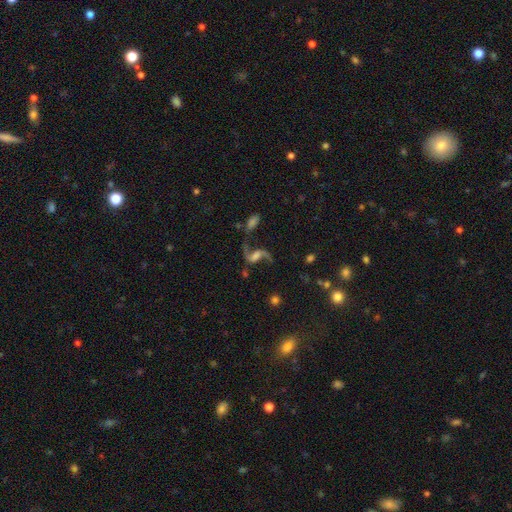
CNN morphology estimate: Q: Smooth or featured?
A: featured or disk (83%); runner-up: star or artifact (8%)
Q: Edge-on disk?
A: no (96%); runner-up: yes (4%)
Q: Bar?
A: weak (43%); runner-up: no (39%)
Q: Spiral arms?
A: yes (94%); runner-up: no (6%)
Q: Spiral winding?
A: loose (86%); runner-up: medium (11%)
Q: Spiral arm count?
A: 2 (92%); runner-up: 1 (4%)
Q: Bulge size?
A: moderate (32%); runner-up: none (25%)
Q: Merging?
A: none (58%); runner-up: major disturbance (16%)